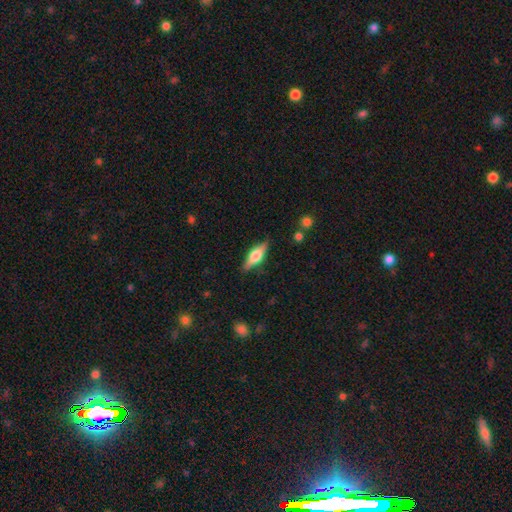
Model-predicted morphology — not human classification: Q: Smooth or featured?
A: featured or disk (59%); runner-up: smooth (35%)
Q: Edge-on disk?
A: yes (95%); runner-up: no (5%)
Q: Edge-on bulge?
A: rounded (90%); runner-up: boxy (8%)
Q: Merging?
A: none (86%); runner-up: minor disturbance (10%)